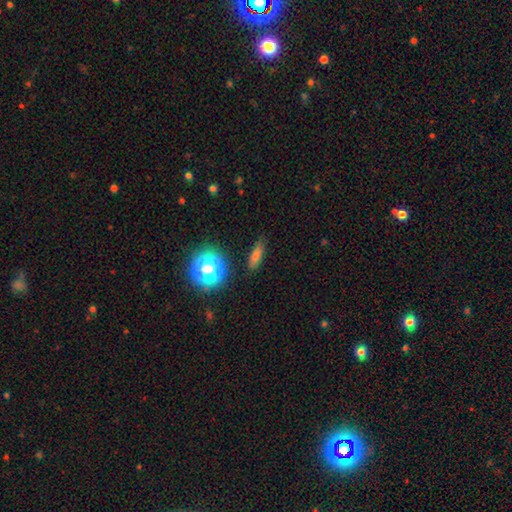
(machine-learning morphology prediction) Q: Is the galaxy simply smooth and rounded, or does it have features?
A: smooth — 71%.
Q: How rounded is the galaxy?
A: in between — 46%.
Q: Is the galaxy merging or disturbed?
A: none — 83%.